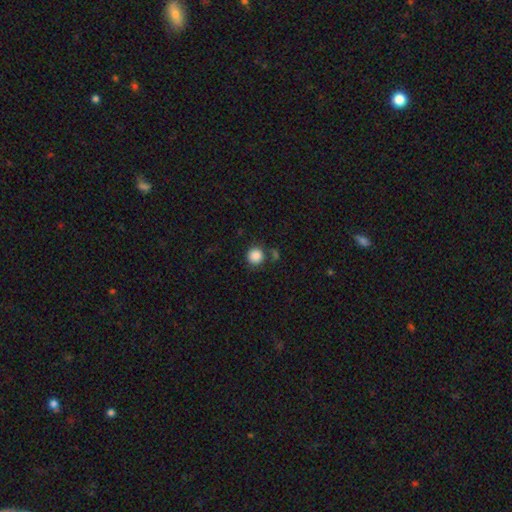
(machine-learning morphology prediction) The model was most divided on "merging": none: 78%, minor disturbance: 10%, merger: 9%, major disturbance: 4%. More confident: how rounded — round (92%); smooth or featured — smooth (87%).